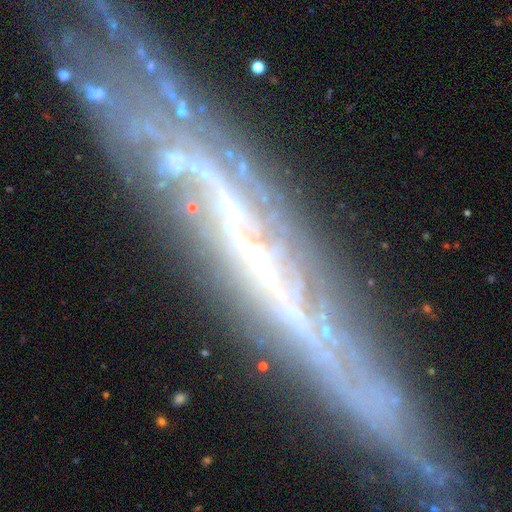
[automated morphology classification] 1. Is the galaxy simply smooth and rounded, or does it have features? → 75% featured or disk, 13% star or artifact, 12% smooth.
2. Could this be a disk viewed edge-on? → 70% yes, 30% no.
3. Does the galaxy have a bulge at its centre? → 67% none, 23% rounded, 10% boxy.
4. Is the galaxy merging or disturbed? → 69% none, 18% minor disturbance, 9% major disturbance, 4% merger.